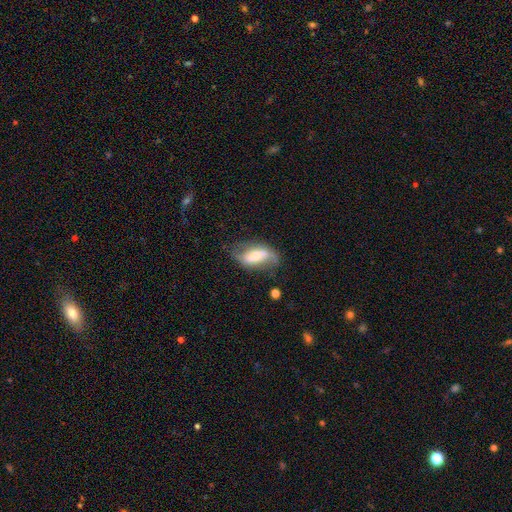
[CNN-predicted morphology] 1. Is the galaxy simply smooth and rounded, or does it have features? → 67% featured or disk, 26% smooth, 7% star or artifact.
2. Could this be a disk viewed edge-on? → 91% no, 9% yes.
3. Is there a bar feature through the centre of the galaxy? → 34% weak, 33% strong, 33% no.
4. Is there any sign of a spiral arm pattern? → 81% yes, 19% no.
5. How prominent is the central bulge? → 54% moderate, 38% small, 5% large, 2% none, 1% dominant.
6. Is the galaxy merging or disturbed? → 62% none, 24% minor disturbance, 11% major disturbance, 3% merger.